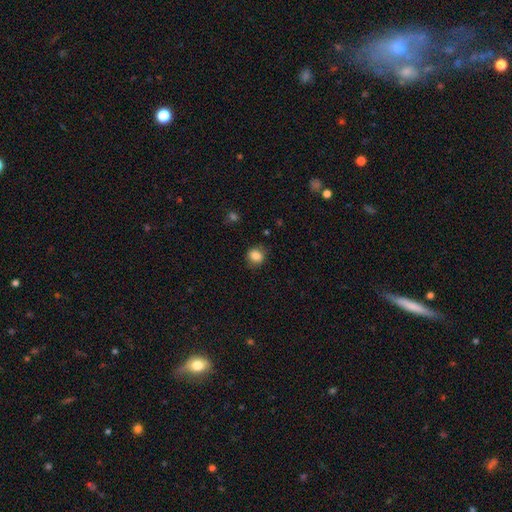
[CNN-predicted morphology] smooth 85%, star or artifact 10%, featured or disk 5%. Down the decision tree: how rounded — round (72%); merging — none (80%).